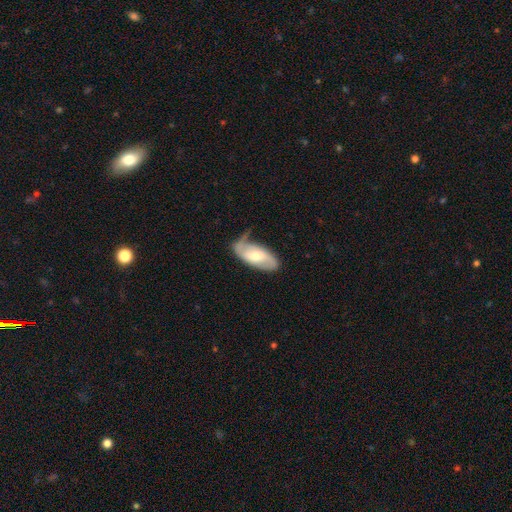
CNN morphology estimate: smooth_or_featured: featured or disk (p=0.63) [alt: smooth p=0.31]
disk_edge_on: no (p=0.92) [alt: yes p=0.08]
bar: weak (p=0.48) [alt: no p=0.34]
has_spiral_arms: yes (p=0.87) [alt: no p=0.13]
spiral_winding: loose (p=0.48) [alt: medium p=0.36]
spiral_arm_count: 2 (p=0.77) [alt: 1 p=0.11]
bulge_size: moderate (p=0.60) [alt: small p=0.26]
merging: none (p=0.51) [alt: minor disturbance p=0.31]